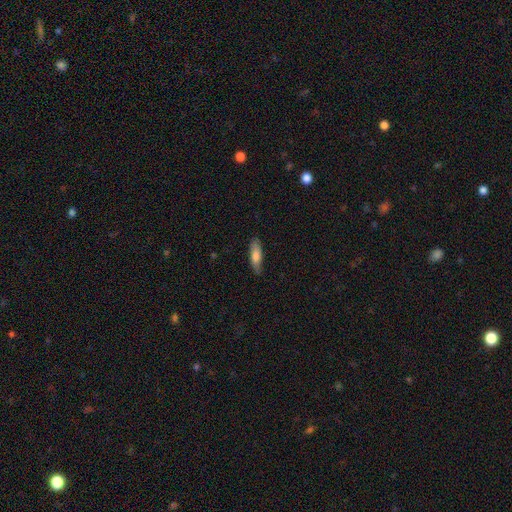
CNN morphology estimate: Smooth or featured?
  - smooth: 76% *
  - featured or disk: 18%
  - star or artifact: 6%
How rounded?
  - cigar-shaped: 61% *
  - in between: 37%
  - round: 2%
Merging?
  - none: 83% *
  - minor disturbance: 14%
  - major disturbance: 3%
  - merger: 1%